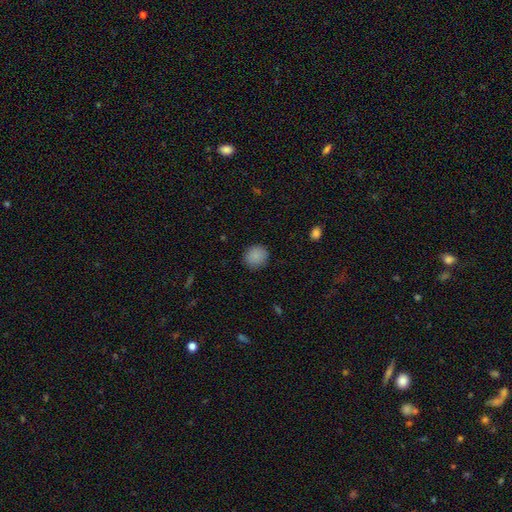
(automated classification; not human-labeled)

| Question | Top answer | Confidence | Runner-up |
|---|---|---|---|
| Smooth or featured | smooth | 88% | star or artifact (9%) |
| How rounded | round | 83% | in between (16%) |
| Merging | none | 88% | minor disturbance (9%) |